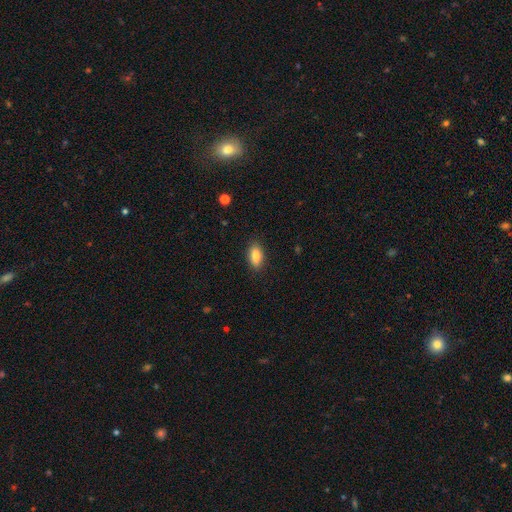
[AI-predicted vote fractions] A smooth galaxy with no disk features (85%) that is in between round and cigar-shaped (87%).

Vote fractions:
- Smooth or featured? smooth: 85% / featured or disk: 8% / star or artifact: 7%
- How rounded? in between: 87% / cigar-shaped: 10% / round: 3%
- Merging? none: 88% / minor disturbance: 9% / major disturbance: 2% / merger: 1%